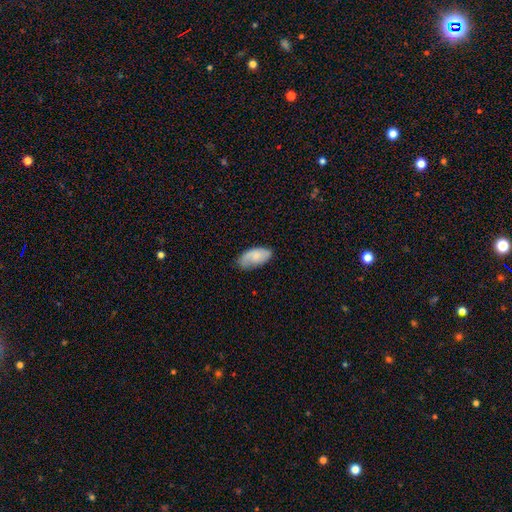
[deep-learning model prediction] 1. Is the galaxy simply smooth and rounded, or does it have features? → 70% smooth, 23% featured or disk, 7% star or artifact.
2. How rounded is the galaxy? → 94% in between, 4% cigar-shaped, 3% round.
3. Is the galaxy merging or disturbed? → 66% none, 26% minor disturbance, 7% major disturbance, 2% merger.